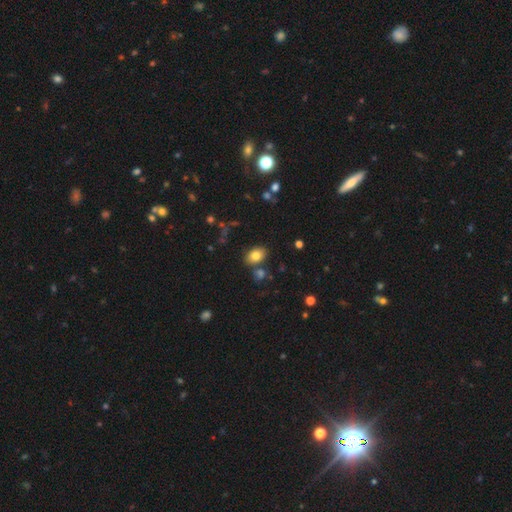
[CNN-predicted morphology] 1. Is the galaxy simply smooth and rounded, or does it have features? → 81% smooth, 10% star or artifact, 9% featured or disk.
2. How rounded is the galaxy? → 79% in between, 20% round, 1% cigar-shaped.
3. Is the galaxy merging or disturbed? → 76% none, 11% minor disturbance, 9% merger, 3% major disturbance.